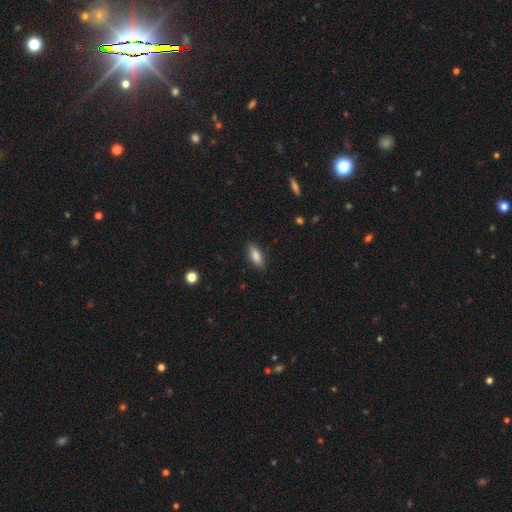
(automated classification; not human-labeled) This is clearly a smooth galaxy (81%). How rounded: likely in between (72%). Merging: clearly none (86%).